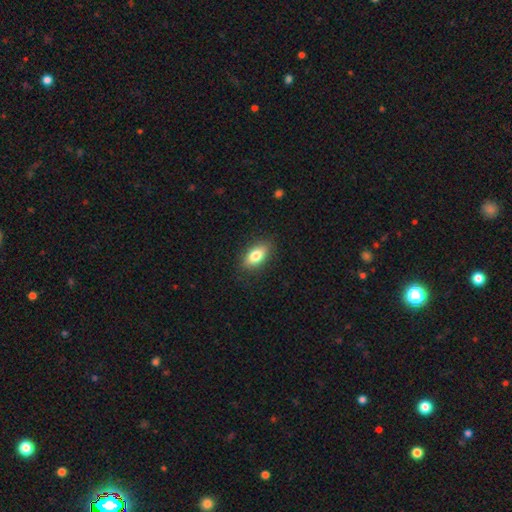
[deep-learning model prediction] This is likely a smooth galaxy (79%). How rounded: clearly in between (87%). Merging: clearly none (87%).